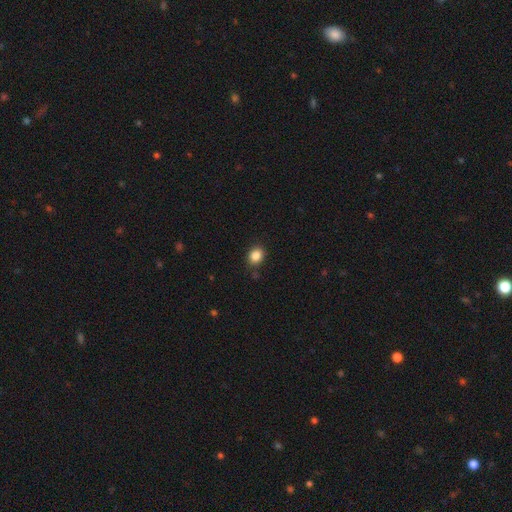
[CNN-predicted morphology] A smooth galaxy with no disk features (86%) that is round (58%).

Vote fractions:
- Smooth or featured? smooth: 86% / star or artifact: 10% / featured or disk: 4%
- How rounded? round: 58% / in between: 42% / cigar-shaped: 1%
- Merging? none: 85% / minor disturbance: 11% / major disturbance: 3% / merger: 2%